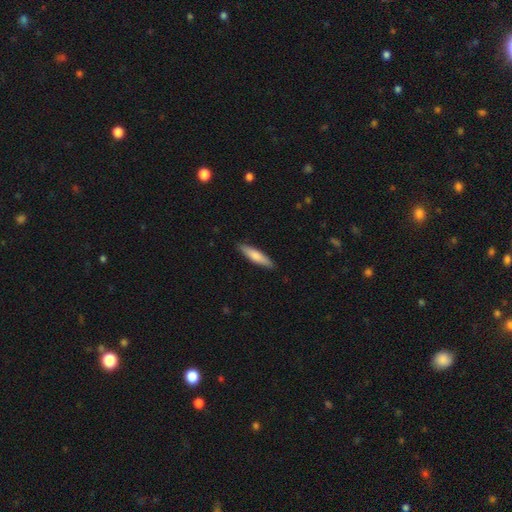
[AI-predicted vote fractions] smooth 75%, featured or disk 20%, star or artifact 5%. Down the decision tree: how rounded — cigar-shaped (77%); merging — none (89%).